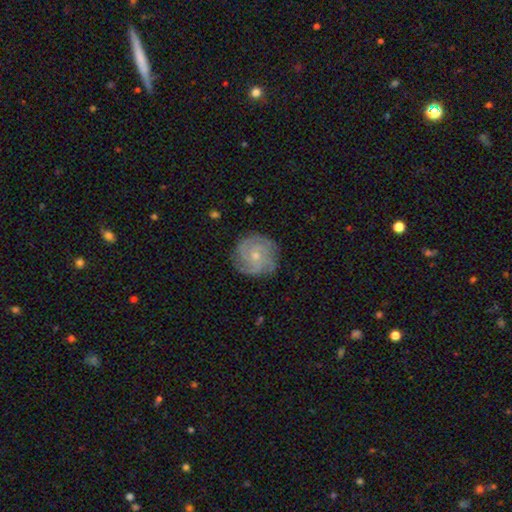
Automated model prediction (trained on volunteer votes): The model was most divided on "spiral arm count": 3: 33%, can't tell: 22%, 4: 21%, 2: 12%, more than 4: 6%, 1: 6%. More confident: edge-on disk — no (98%); spiral arms — yes (95%); merging — none (81%); smooth or featured — featured or disk (77%); bar — no (76%); spiral winding — tight (64%); bulge size — small (61%).